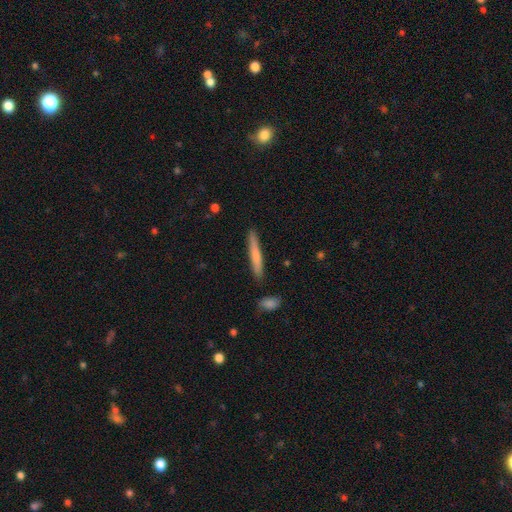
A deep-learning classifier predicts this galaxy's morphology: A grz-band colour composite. It shows a smooth galaxy with no disk features (67%) that is cigar-shaped (94%). Merging: none (86%).